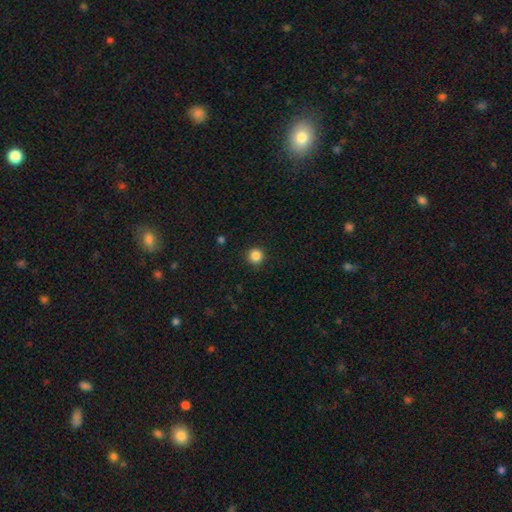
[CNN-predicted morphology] Smooth or featured: smooth — 86% (star or artifact — 11%)
How rounded: round — 96% (in between — 3%)
Merging: none — 92% (minor disturbance — 5%)